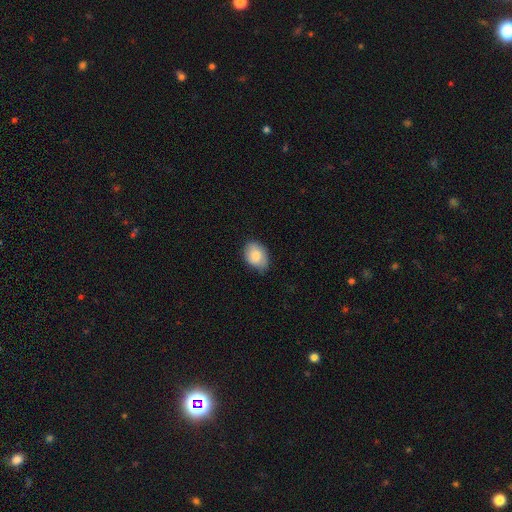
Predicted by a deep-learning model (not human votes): A smooth galaxy with no disk features (82%) that is in between round and cigar-shaped (74%).

Vote fractions:
- Smooth or featured? smooth: 82% / featured or disk: 11% / star or artifact: 7%
- How rounded? in between: 74% / round: 25% / cigar-shaped: 1%
- Merging? none: 64% / minor disturbance: 31% / major disturbance: 4% / merger: 1%